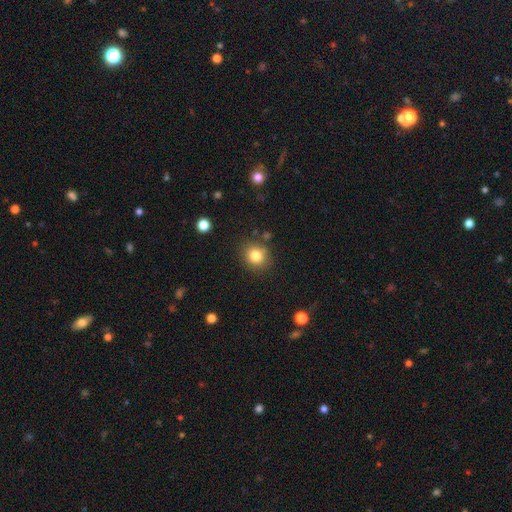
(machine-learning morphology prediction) The model was most divided on "how rounded": round: 76%, in between: 23%, cigar-shaped: 1%. More confident: merging — none (82%); smooth or featured — smooth (82%).